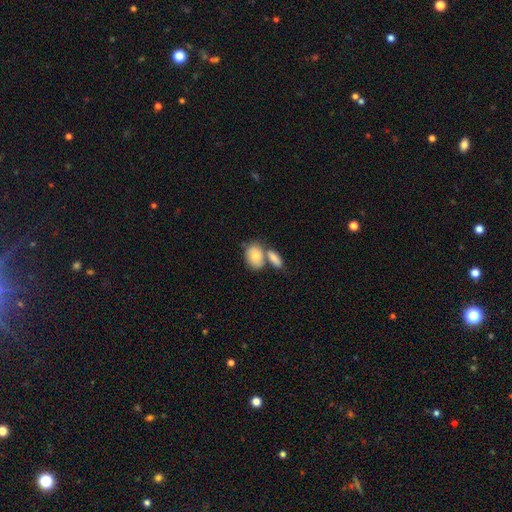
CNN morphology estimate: A smooth galaxy with no disk features (80%) that is in between round and cigar-shaped (81%). Merging: merger (49%).